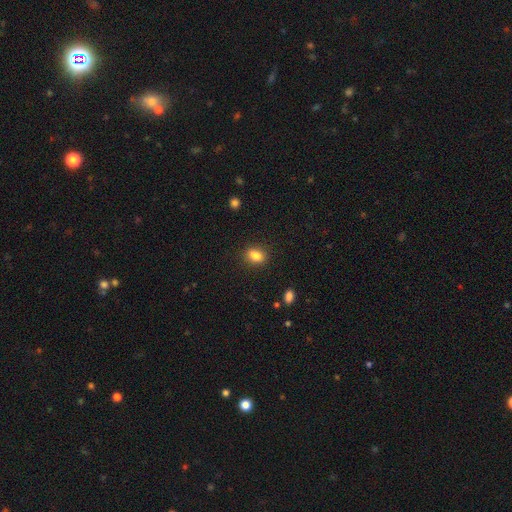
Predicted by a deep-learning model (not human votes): Overall: smooth (83%). How rounded: in between (68%; round 31%). Merging: none (87%).